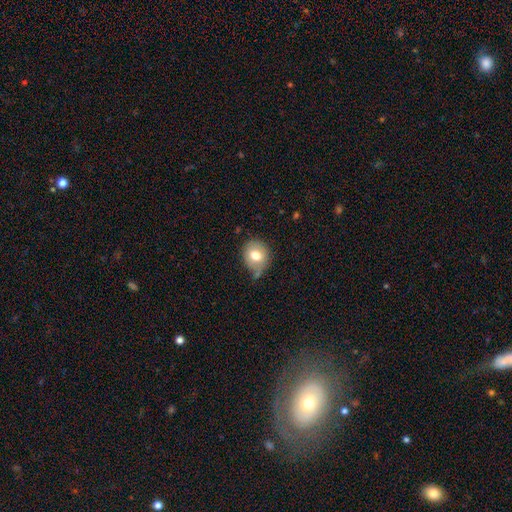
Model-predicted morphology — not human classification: A smooth galaxy with no disk features (74%) that is round (69%). Merging: none (57%).